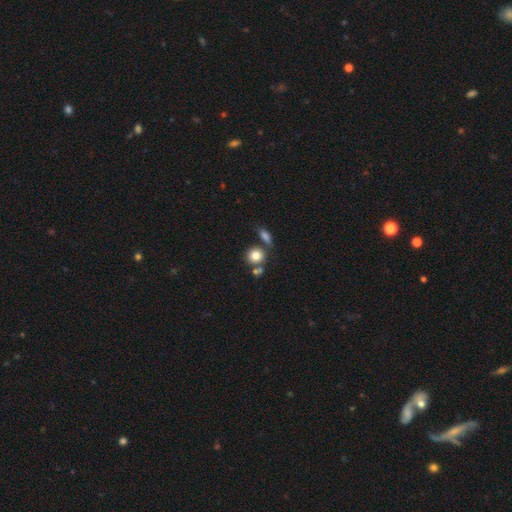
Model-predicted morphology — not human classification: Smooth or featured: smooth — 81% (star or artifact — 10%)
How rounded: round — 80% (in between — 19%)
Merging: none — 62% (merger — 24%)